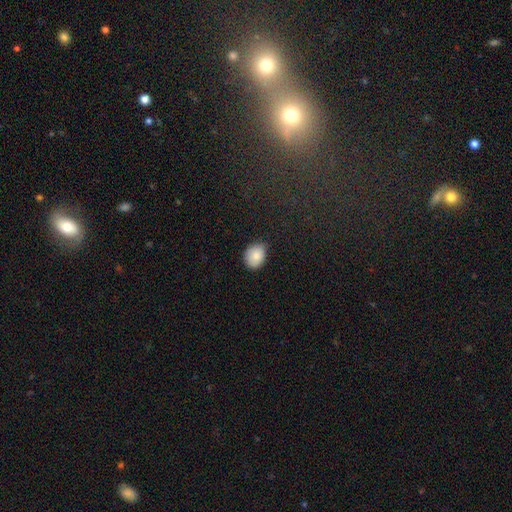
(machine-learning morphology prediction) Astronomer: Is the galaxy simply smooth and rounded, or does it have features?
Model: smooth — 84%.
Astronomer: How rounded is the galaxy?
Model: in between — 58% (runner-up: round, 42%).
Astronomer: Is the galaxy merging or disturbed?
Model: none — 81%.